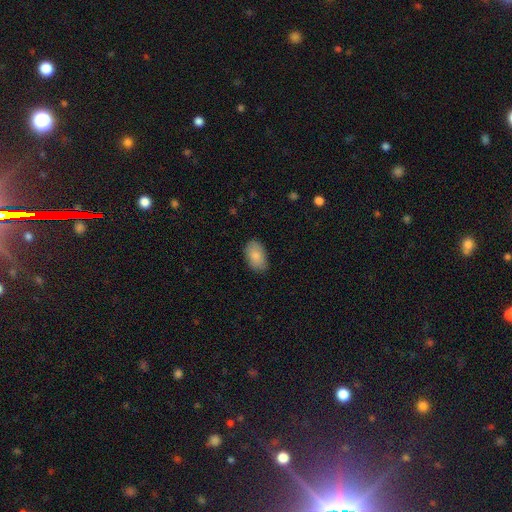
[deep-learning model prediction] smooth-or-featured: smooth: 86% | featured or disk: 8% | star or artifact: 6%
  how-rounded: in between: 92% | round: 6% | cigar-shaped: 1%
  merging: none: 84% | minor disturbance: 12% | major disturbance: 2% | merger: 1%